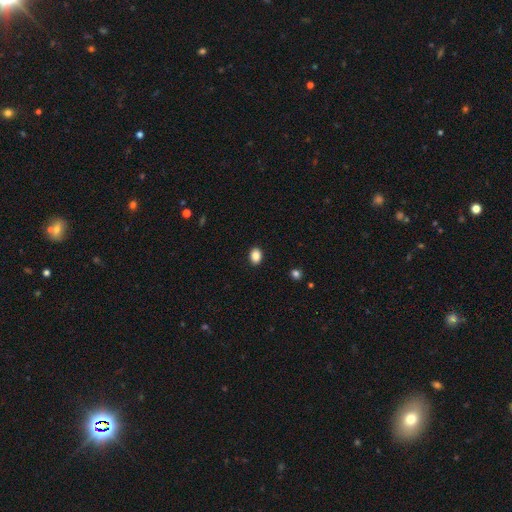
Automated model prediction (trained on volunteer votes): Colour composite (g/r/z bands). It shows a smooth galaxy with no disk features (87%) that is in between round and cigar-shaped (69%). Merging: none (90%).